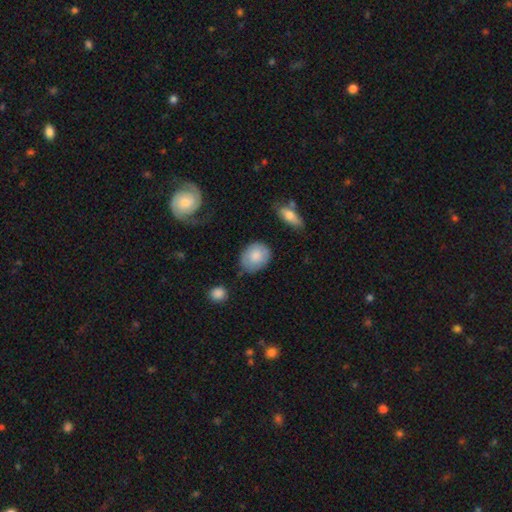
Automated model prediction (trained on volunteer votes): This is clearly a smooth galaxy (80%). How rounded: possibly round (53%). Merging: likely none (72%).